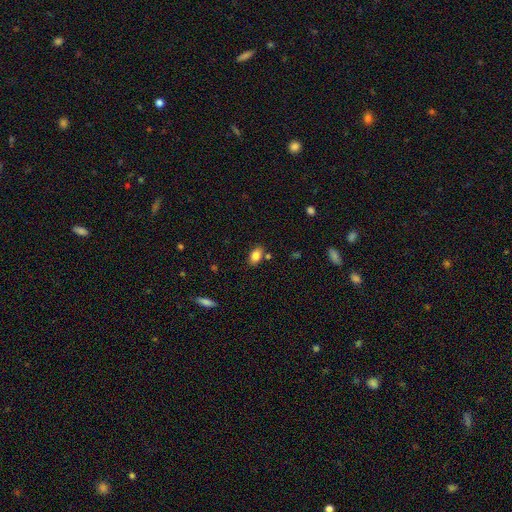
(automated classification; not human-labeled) smooth 83%, star or artifact 9%, featured or disk 8%. Down the decision tree: how rounded — in between (89%); merging — none (77%).